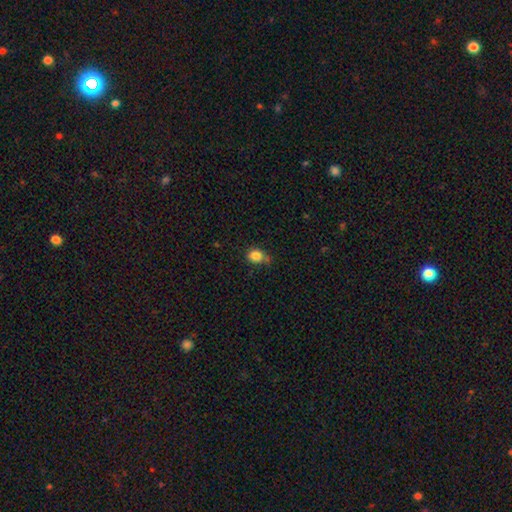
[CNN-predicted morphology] Q: Smooth or featured?
A: smooth (83%); runner-up: star or artifact (10%)
Q: How rounded?
A: round (56%); runner-up: in between (43%)
Q: Merging?
A: none (52%); runner-up: minor disturbance (34%)